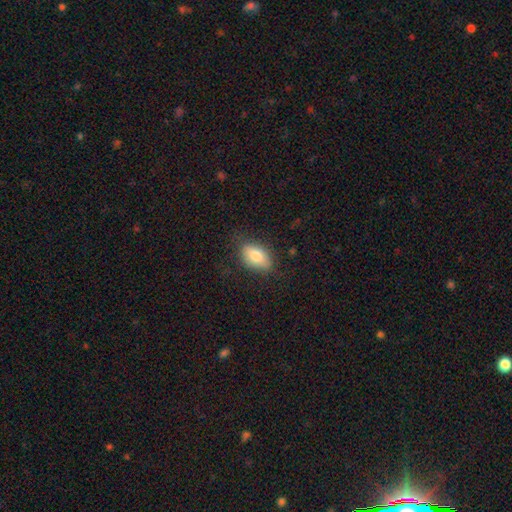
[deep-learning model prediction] smooth 79%, featured or disk 14%, star or artifact 8%. Down the decision tree: how rounded — in between (89%); merging — none (79%).